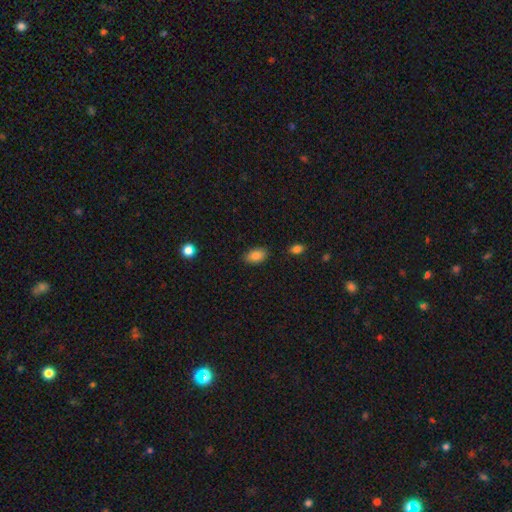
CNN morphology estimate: Q: Smooth or featured?
A: smooth (85%); runner-up: star or artifact (8%)
Q: How rounded?
A: in between (91%); runner-up: round (8%)
Q: Merging?
A: none (85%); runner-up: minor disturbance (11%)